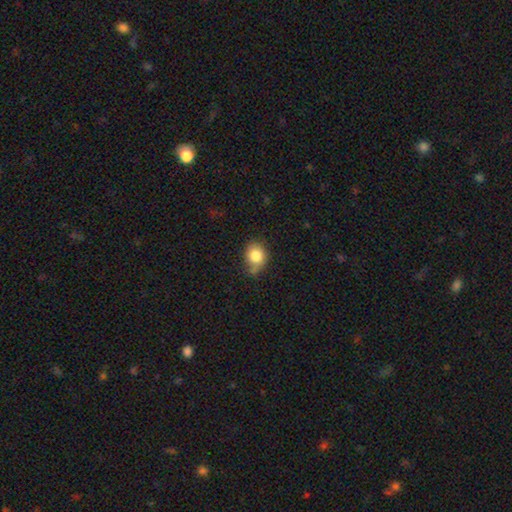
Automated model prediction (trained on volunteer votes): Smooth or featured: smooth — 84% (star or artifact — 9%)
How rounded: round — 58% (in between — 41%)
Merging: none — 58% (minor disturbance — 30%)